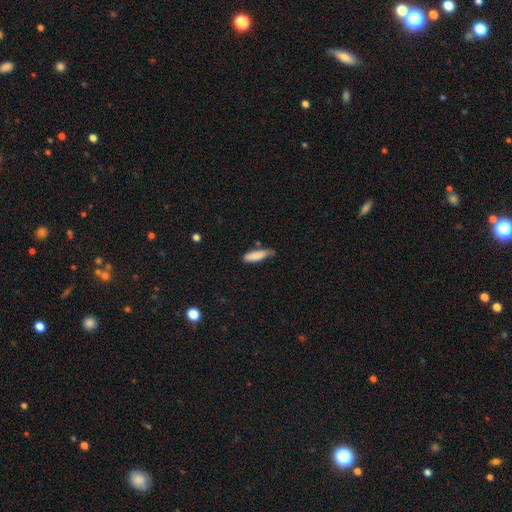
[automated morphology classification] This appears to be a smooth galaxy with no disk features (83%) that is cigar-shaped (60%). Merging: none (55%).